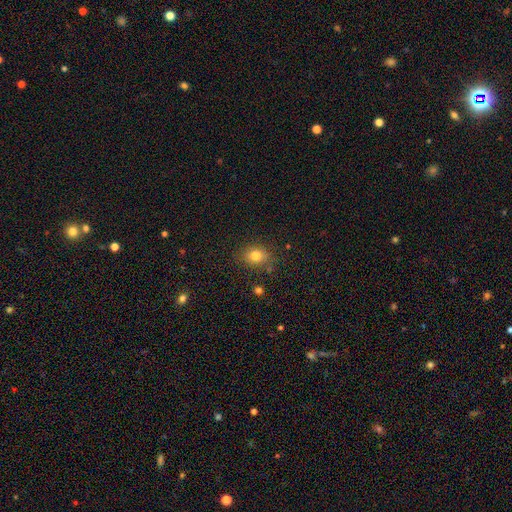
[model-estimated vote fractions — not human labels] A smooth galaxy with no disk features (80%) that is round (50%).

Vote fractions:
- Smooth or featured? smooth: 80% / star or artifact: 12% / featured or disk: 8%
- How rounded? round: 50% / in between: 49% / cigar-shaped: 1%
- Merging? none: 81% / minor disturbance: 13% / major disturbance: 4% / merger: 3%